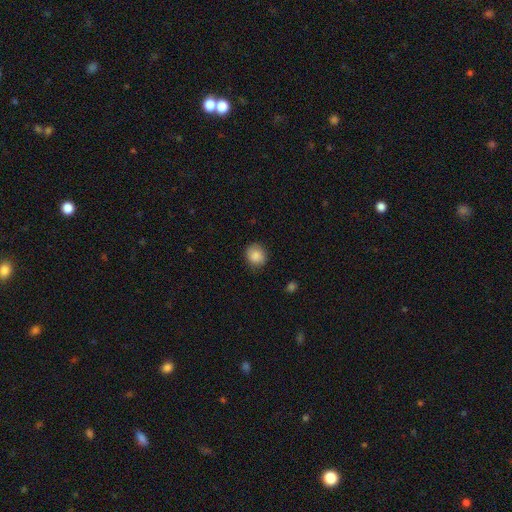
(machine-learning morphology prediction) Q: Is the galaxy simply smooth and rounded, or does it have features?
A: smooth — 86%.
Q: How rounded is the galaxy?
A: round — 78%.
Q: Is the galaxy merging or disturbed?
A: none — 81%.